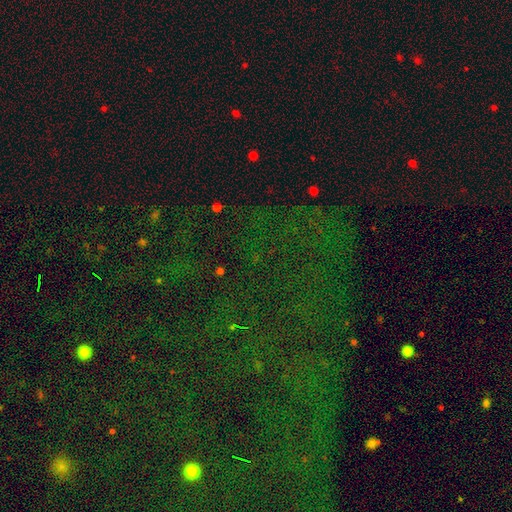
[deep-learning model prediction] Morphology: type=star or artifact (80%).